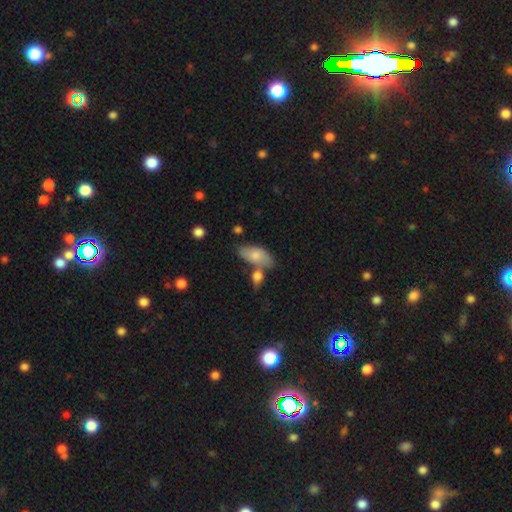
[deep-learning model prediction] smooth-or-featured: smooth: 77% | featured or disk: 17% | star or artifact: 6%
  how-rounded: in between: 90% | cigar-shaped: 7% | round: 3%
  merging: none: 57% | merger: 24% | minor disturbance: 15% | major disturbance: 4%